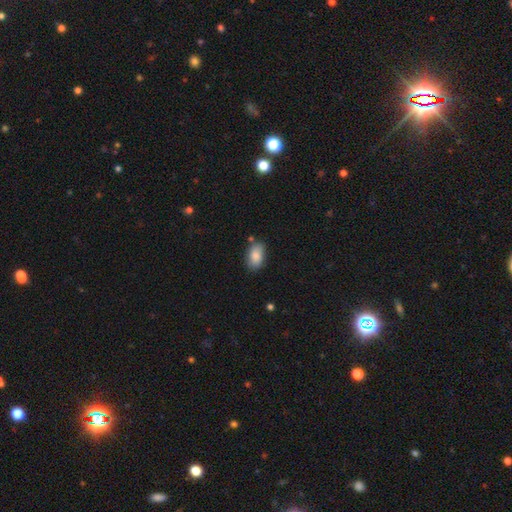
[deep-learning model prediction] Morphology: type=smooth (85%); roundness=in between (91%); merging=none (74%).